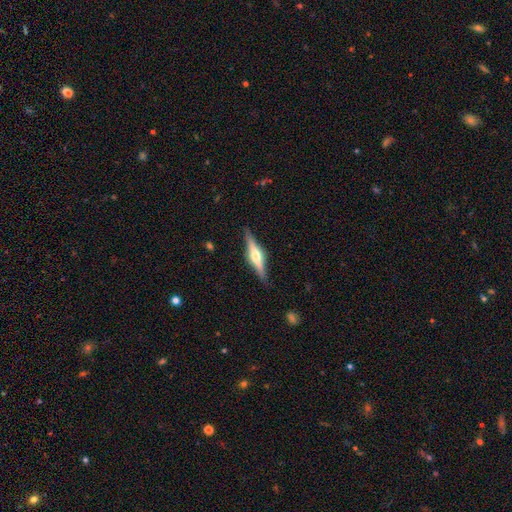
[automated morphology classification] A featured or disk galaxy (73%) viewed edge-on (97%) with a rounded central bulge (87%). Merging: none (88%).